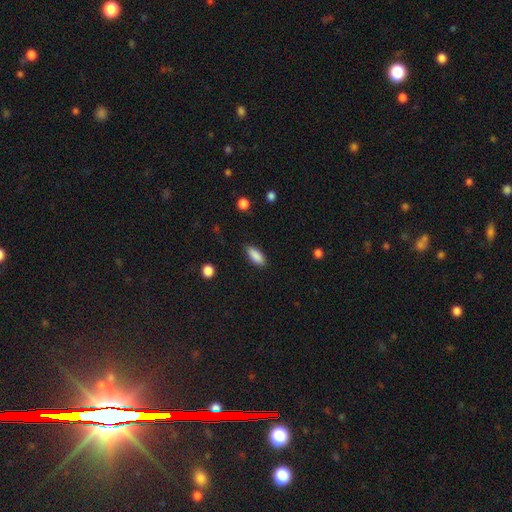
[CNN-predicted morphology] This is clearly a smooth galaxy (89%). How rounded: likely in between (80%). Merging: clearly none (87%).